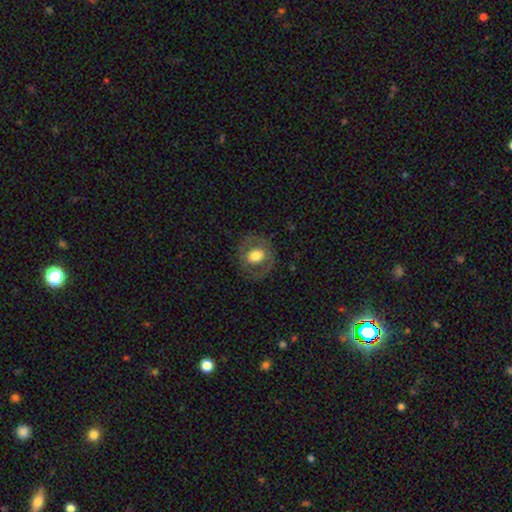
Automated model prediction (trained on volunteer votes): smooth_or_featured: smooth (p=0.48) [alt: featured or disk p=0.44]
merging: none (p=0.77) [alt: minor disturbance p=0.13]